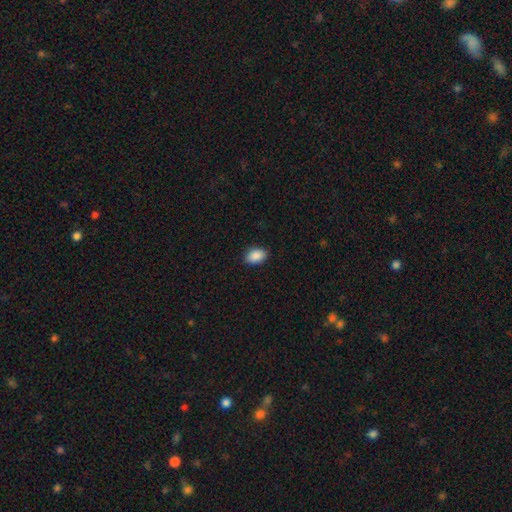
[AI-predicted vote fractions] Smooth or featured? Predicted: smooth (p=0.89). How rounded? Predicted: in between (p=0.85). Merging? Predicted: none (p=0.88).